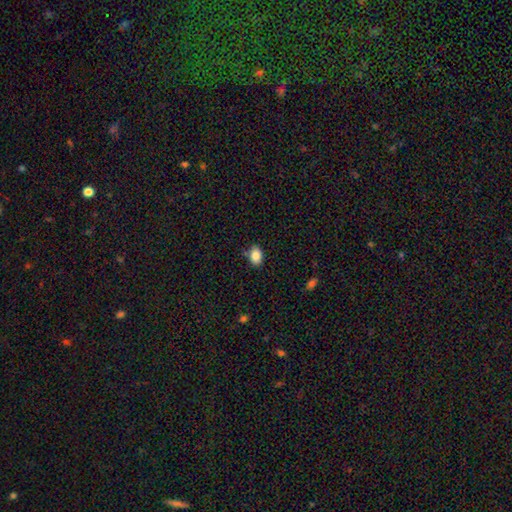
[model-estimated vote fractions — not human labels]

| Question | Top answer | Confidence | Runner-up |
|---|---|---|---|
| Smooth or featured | smooth | 85% | star or artifact (8%) |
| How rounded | in between | 82% | round (17%) |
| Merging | none | 83% | minor disturbance (12%) |